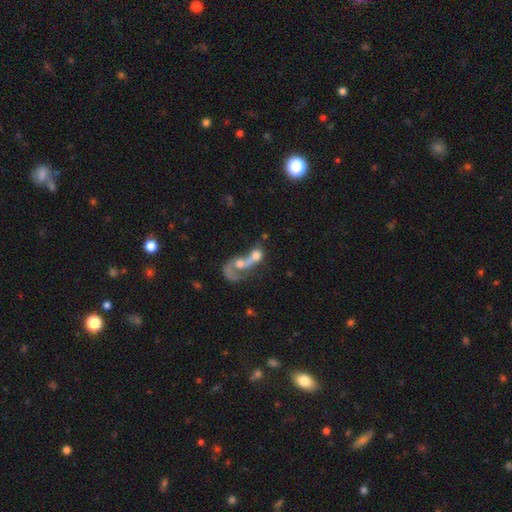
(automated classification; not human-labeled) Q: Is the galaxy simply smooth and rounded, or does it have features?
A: smooth — 47%.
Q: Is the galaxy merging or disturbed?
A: merger — 78%.